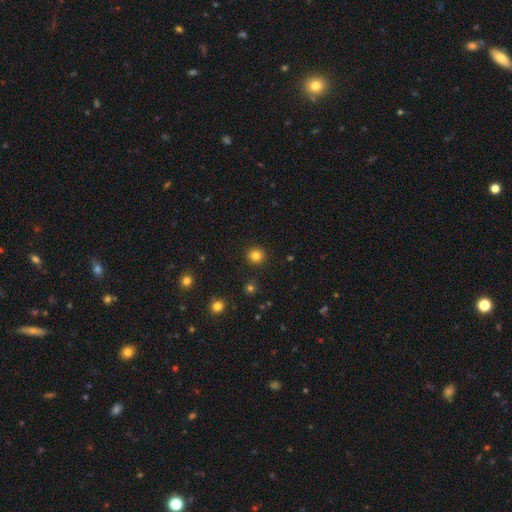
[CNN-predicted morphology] type=smooth (82%); roundness=round (93%); merging=none (92%).